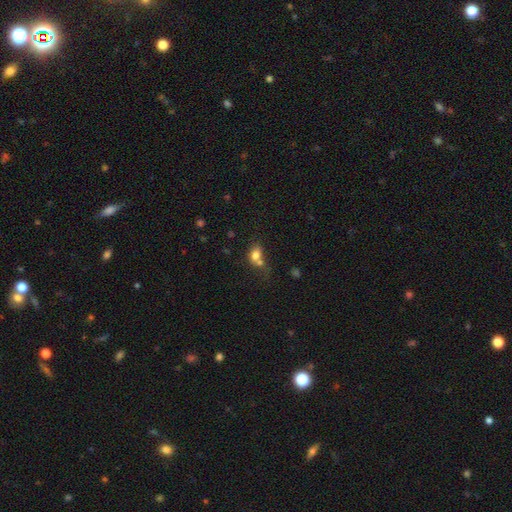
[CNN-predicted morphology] smooth-or-featured: smooth: 76% | featured or disk: 13% | star or artifact: 11%
  how-rounded: in between: 61% | round: 37% | cigar-shaped: 2%
  merging: merger: 47% | none: 30% | minor disturbance: 14% | major disturbance: 9%